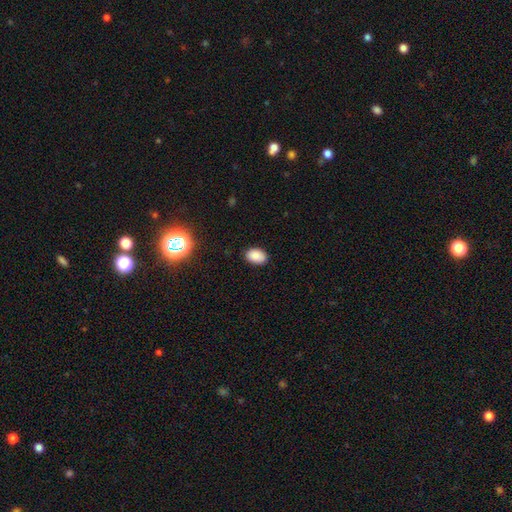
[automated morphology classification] Smooth or featured?
  - smooth: 87% *
  - star or artifact: 10%
  - featured or disk: 3%
How rounded?
  - in between: 87% *
  - round: 12%
  - cigar-shaped: 1%
Merging?
  - none: 87% *
  - minor disturbance: 9%
  - major disturbance: 2%
  - merger: 1%